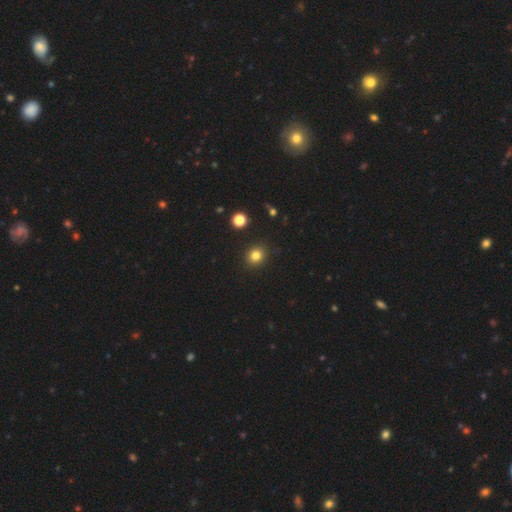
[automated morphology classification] A smooth galaxy with no disk features (82%) that is round (79%). Merging: none (91%).